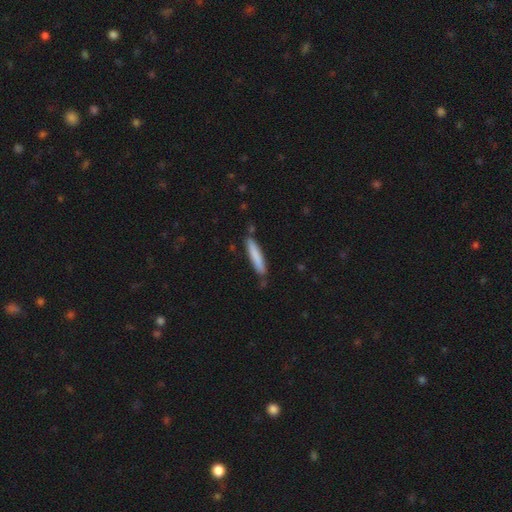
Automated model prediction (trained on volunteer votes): This is clearly a smooth galaxy (81%). How rounded: clearly cigar-shaped (91%). Merging: clearly none (82%).